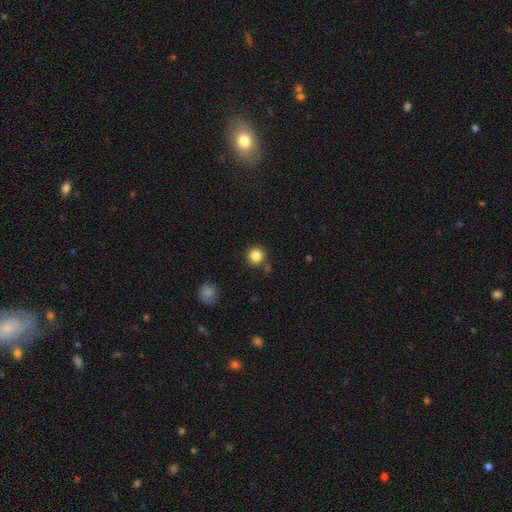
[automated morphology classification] Smooth or featured? smooth (86%)
How rounded? round (94%)
Merging? none (82%)